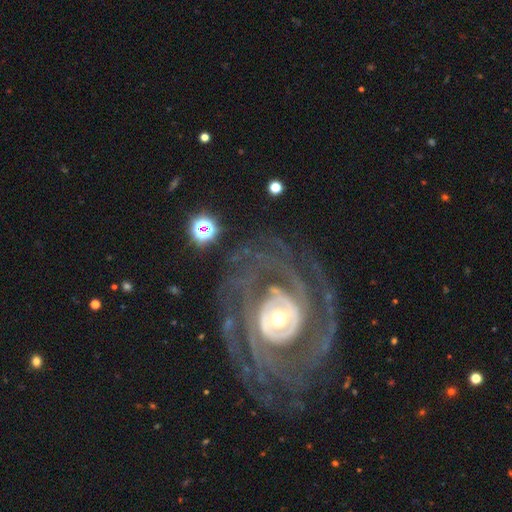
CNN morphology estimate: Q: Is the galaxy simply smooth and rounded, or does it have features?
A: featured or disk — 89%.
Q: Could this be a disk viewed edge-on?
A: no — 97%.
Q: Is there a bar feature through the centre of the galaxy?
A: no — 55%.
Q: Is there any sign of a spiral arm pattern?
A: yes — 95%.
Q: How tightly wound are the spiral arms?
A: tight — 73%.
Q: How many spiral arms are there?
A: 2 — 32%.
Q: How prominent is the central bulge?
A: moderate — 46%.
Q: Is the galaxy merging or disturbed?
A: none — 75%.